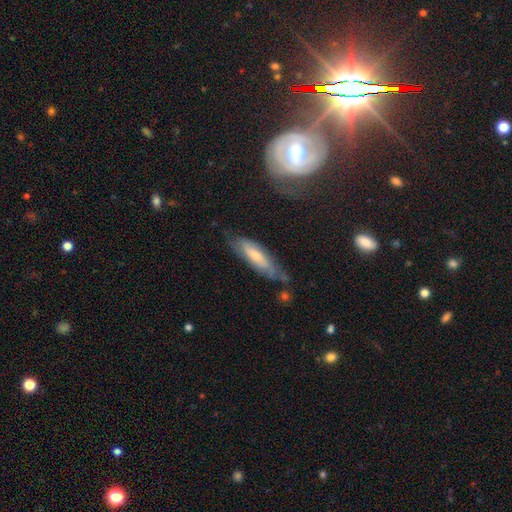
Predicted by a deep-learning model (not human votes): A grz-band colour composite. It shows a smooth galaxy with no disk features (47%). Merging: none (63%).